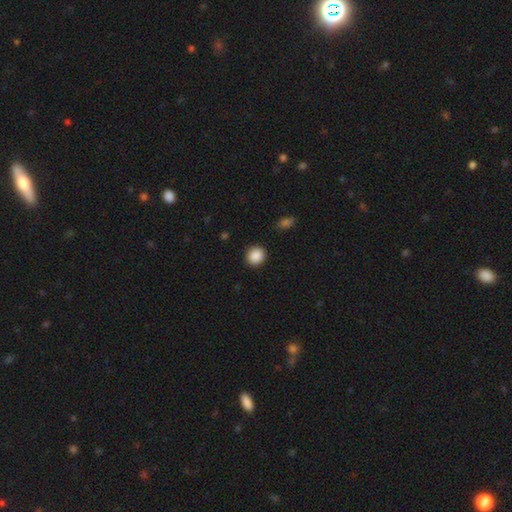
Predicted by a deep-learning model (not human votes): This is clearly a smooth galaxy (88%). How rounded: clearly round (88%). Merging: clearly none (91%).